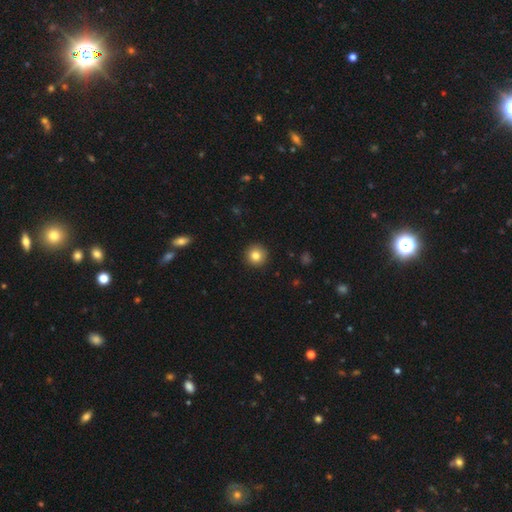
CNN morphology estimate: smooth_or_featured: smooth (p=0.82) [alt: star or artifact p=0.10]
how_rounded: round (p=0.95) [alt: in between p=0.04]
merging: none (p=0.92) [alt: minor disturbance p=0.05]